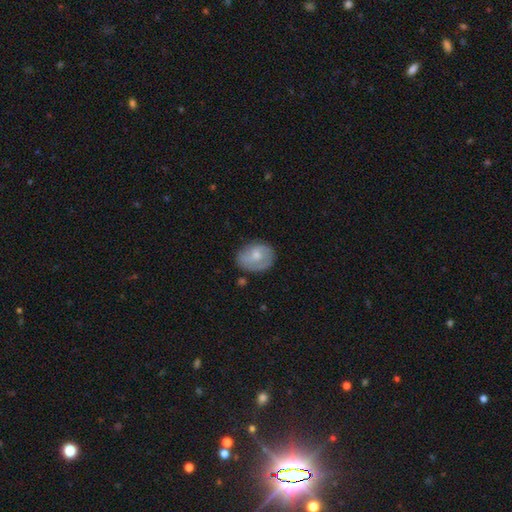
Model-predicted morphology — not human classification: Smooth or featured? Predicted: smooth (p=0.53). How rounded? Predicted: round (p=0.51). Merging? Predicted: none (p=0.64).